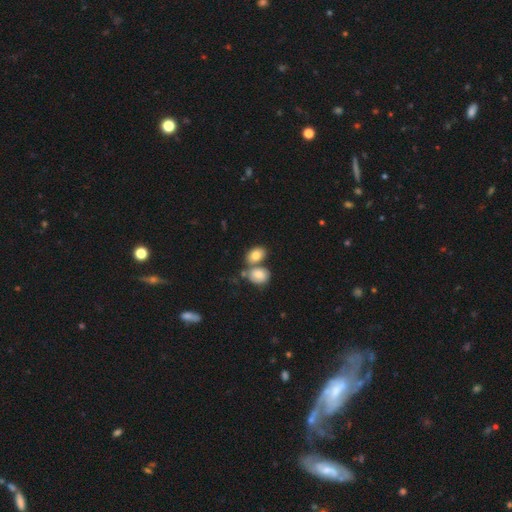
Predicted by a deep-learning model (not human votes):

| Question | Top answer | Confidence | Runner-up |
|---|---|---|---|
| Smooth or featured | smooth | 80% | featured or disk (12%) |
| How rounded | in between | 74% | round (24%) |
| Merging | none | 43% | tied: merger (43%) |